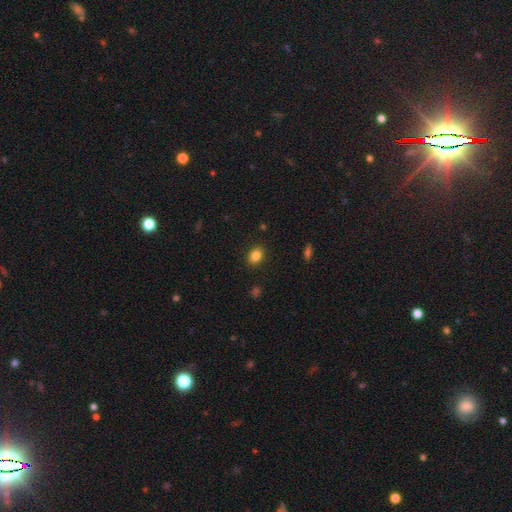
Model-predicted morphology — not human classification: smooth-or-featured: smooth: 84% | star or artifact: 10% | featured or disk: 5%
  how-rounded: in between: 58% | round: 41% | cigar-shaped: 1%
  merging: none: 89% | minor disturbance: 8% | major disturbance: 2% | merger: 1%